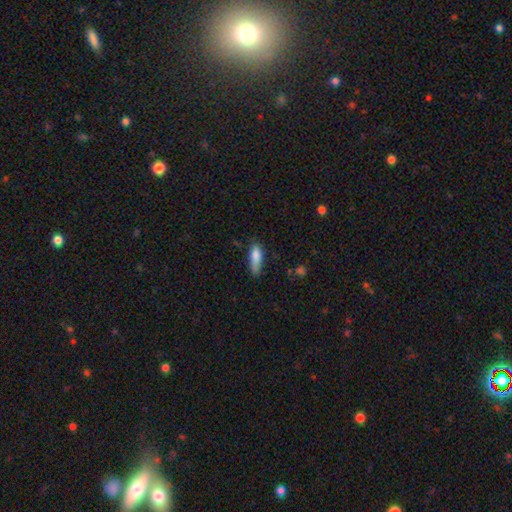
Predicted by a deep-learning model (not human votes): This is likely a smooth galaxy (80%). How rounded: possibly in between (49%). Merging: possibly none (55%).